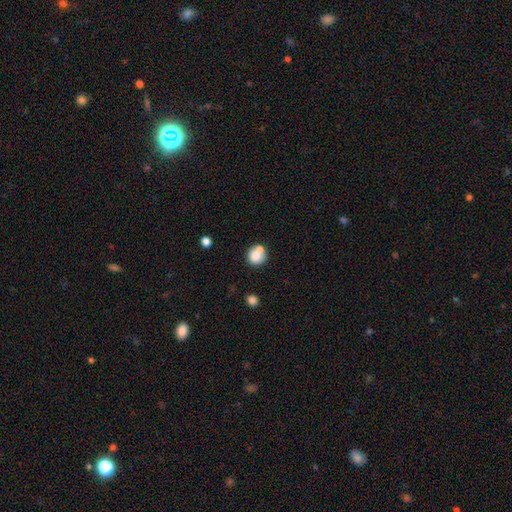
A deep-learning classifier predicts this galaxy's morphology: Overall: smooth (79%). How rounded: round (87%). Merging: none (53%; merger 32%).